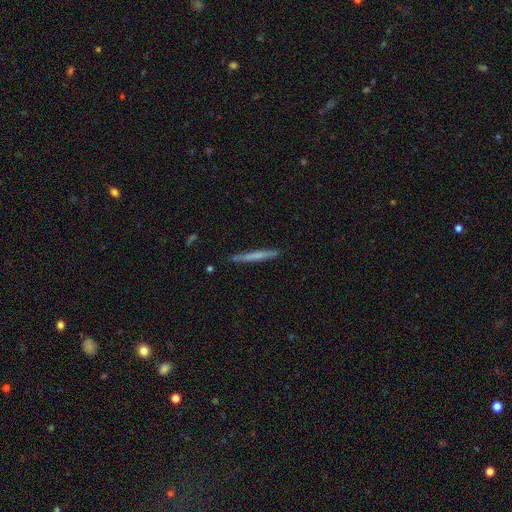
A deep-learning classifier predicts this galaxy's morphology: type=smooth (56%); roundness=cigar-shaped (97%); merging=none (89%).